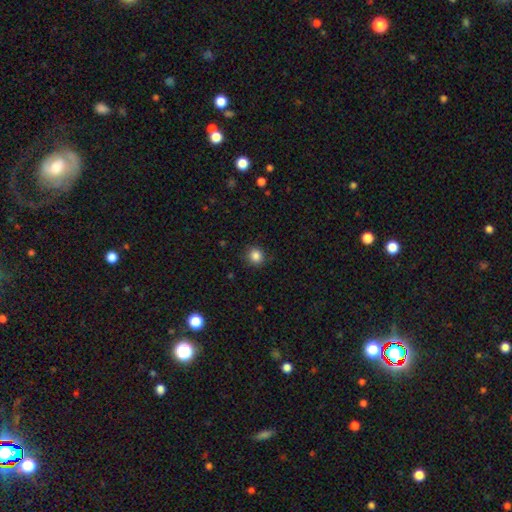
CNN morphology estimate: This appears to be a smooth galaxy with no disk features (86%) that is round (88%). Merging: none (86%).